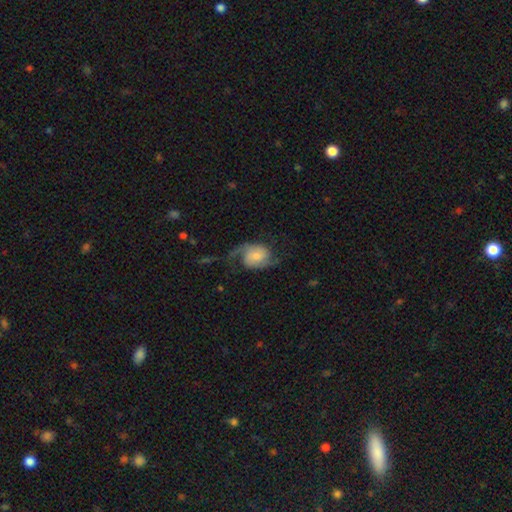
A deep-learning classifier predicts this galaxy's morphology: Smooth or featured? featured or disk (75%)
Edge-on disk? no (98%)
Bar? no (56%)
Spiral arms? yes (95%)
Spiral winding? loose (56%)
Spiral arm count? 2 (88%)
Bulge size? moderate (36%)
Merging? none (54%)